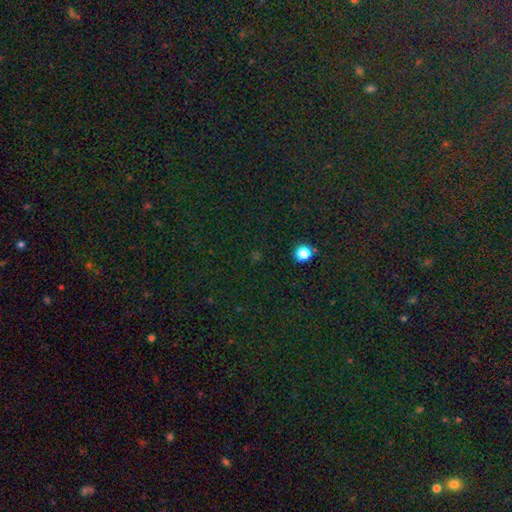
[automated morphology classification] Smooth or featured?
  - star or artifact: 70% *
  - smooth: 23%
  - featured or disk: 7%